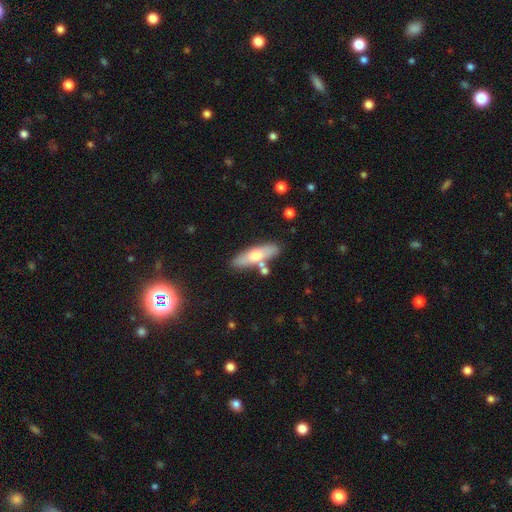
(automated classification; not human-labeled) smooth-or-featured: smooth: 57% | featured or disk: 36% | star or artifact: 6%
  how-rounded: cigar-shaped: 58% | in between: 40% | round: 2%
  merging: none: 76% | minor disturbance: 12% | merger: 9% | major disturbance: 3%